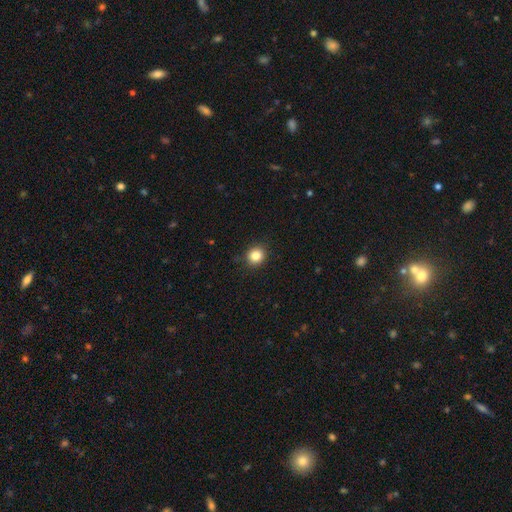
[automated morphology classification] smooth_or_featured: smooth (p=0.85) [alt: star or artifact p=0.11]
how_rounded: round (p=0.87) [alt: in between p=0.12]
merging: none (p=0.90) [alt: minor disturbance p=0.08]